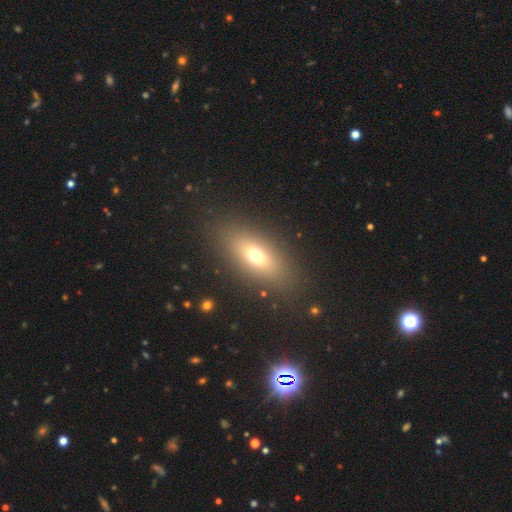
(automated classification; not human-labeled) Overall: smooth (66%). How rounded: in between (78%). Merging: none (85%).